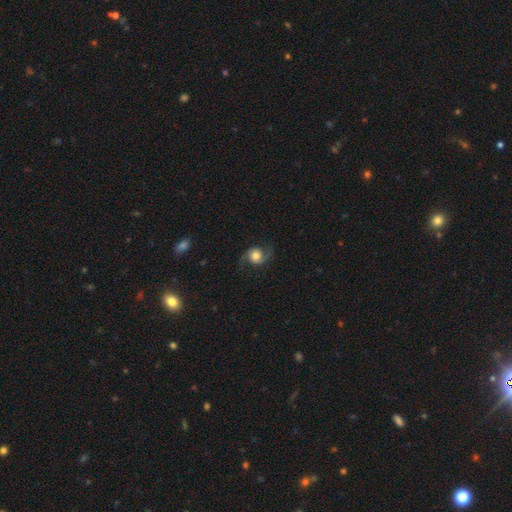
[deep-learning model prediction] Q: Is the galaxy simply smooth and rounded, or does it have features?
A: featured or disk — 68%.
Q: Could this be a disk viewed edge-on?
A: no — 97%.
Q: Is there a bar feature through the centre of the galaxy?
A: no — 72%.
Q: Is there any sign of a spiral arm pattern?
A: yes — 94%.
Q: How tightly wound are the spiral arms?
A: loose — 63%.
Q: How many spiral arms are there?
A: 2 — 93%.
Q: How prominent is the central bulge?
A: moderate — 41%.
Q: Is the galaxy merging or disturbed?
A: none — 75%.